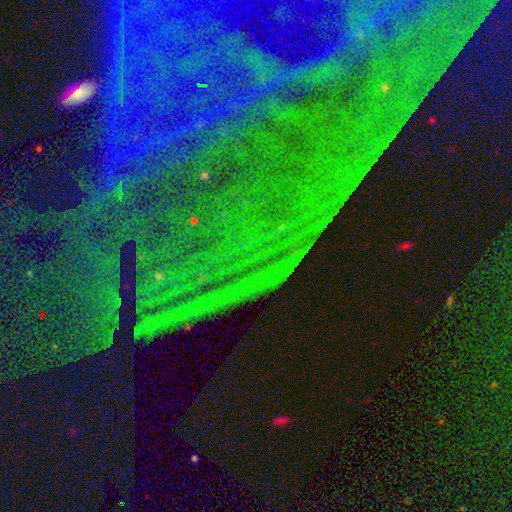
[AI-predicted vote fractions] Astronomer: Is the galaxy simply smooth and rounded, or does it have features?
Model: star or artifact — 82%.